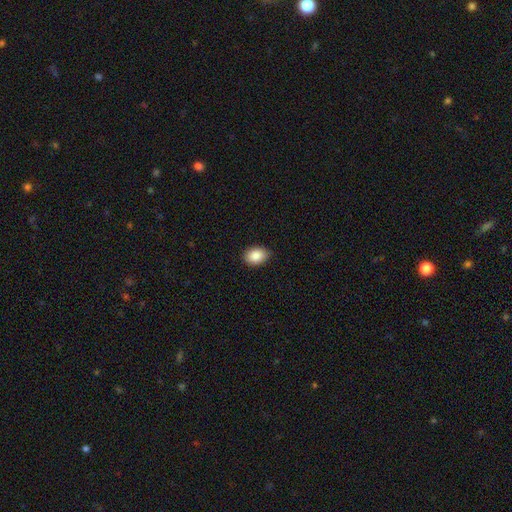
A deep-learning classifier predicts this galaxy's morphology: Q: Smooth or featured?
A: smooth (88%); runner-up: star or artifact (8%)
Q: How rounded?
A: in between (75%); runner-up: round (24%)
Q: Merging?
A: none (84%); runner-up: minor disturbance (13%)